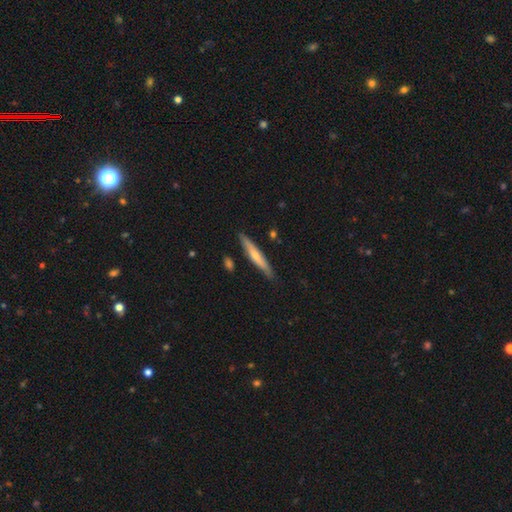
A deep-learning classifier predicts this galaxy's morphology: smooth 50%, featured or disk 44%, star or artifact 6%. Down the decision tree: how rounded — cigar-shaped (93%); merging — none (84%).